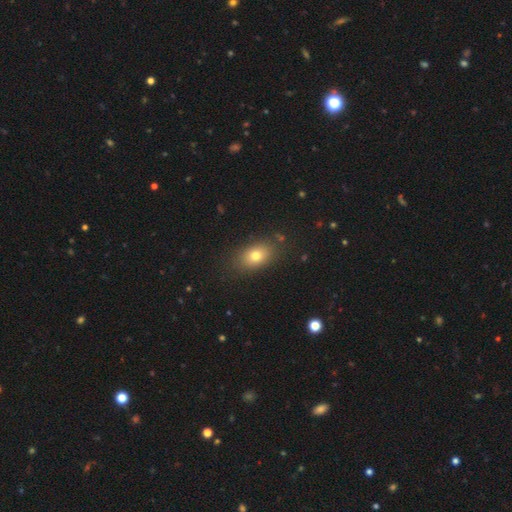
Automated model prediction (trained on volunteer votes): Smooth or featured? smooth (75%)
How rounded? in between (79%)
Merging? none (84%)